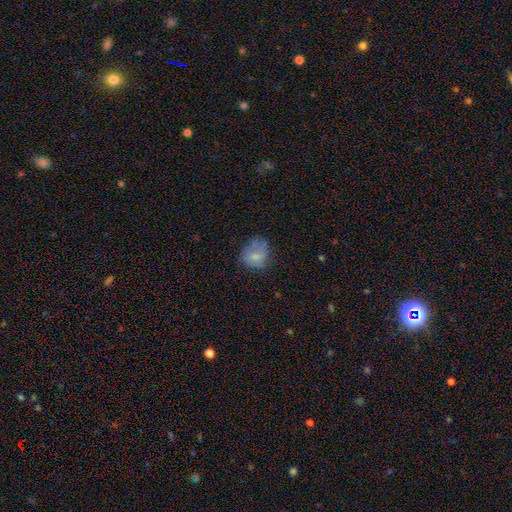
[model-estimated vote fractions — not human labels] A smooth galaxy with no disk features (69%) that is round (66%).

Vote fractions:
- Smooth or featured? smooth: 69% / featured or disk: 21% / star or artifact: 10%
- How rounded? round: 66% / in between: 33% / cigar-shaped: 1%
- Merging? none: 51% / minor disturbance: 28% / major disturbance: 16% / merger: 4%